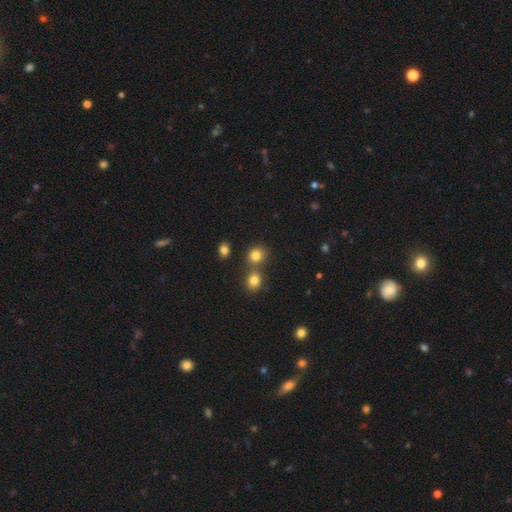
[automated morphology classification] A smooth galaxy with no disk features (81%) that is round (81%). Merging: none (59%).